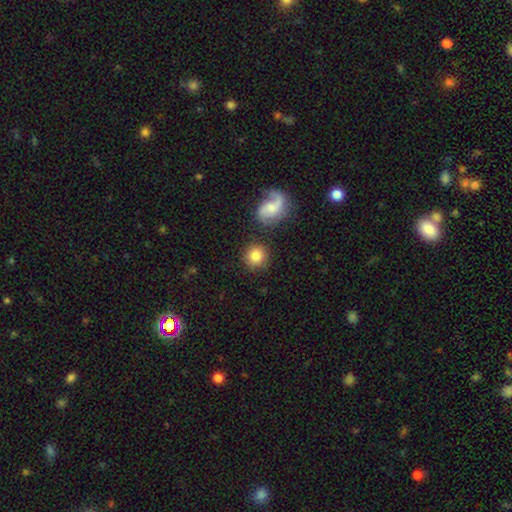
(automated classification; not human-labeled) smooth_or_featured: smooth (p=0.81) [alt: featured or disk p=0.11]
how_rounded: round (p=0.91) [alt: in between p=0.08]
merging: none (p=0.80) [alt: minor disturbance p=0.09]